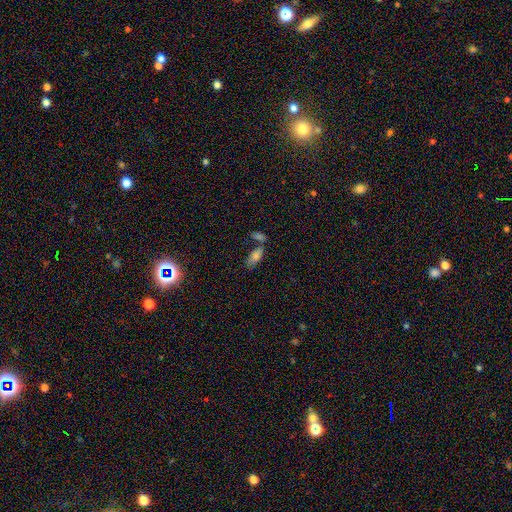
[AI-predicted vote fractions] This is likely a smooth galaxy (75%). How rounded: likely in between (76%). Merging: possibly none (53%).